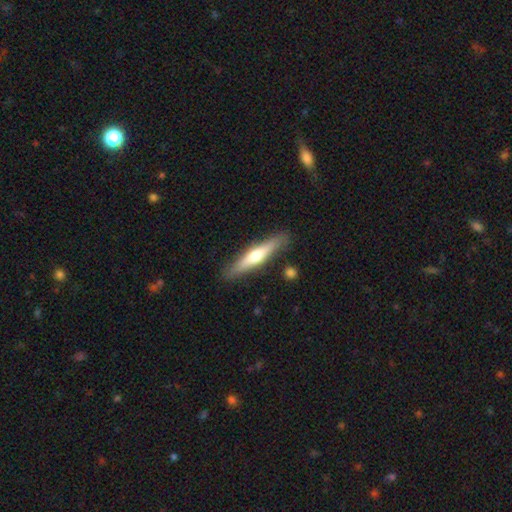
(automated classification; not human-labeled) Smooth or featured? Predicted: featured or disk (p=0.51). Edge-on disk? Predicted: yes (p=0.93). Merging? Predicted: none (p=0.86).